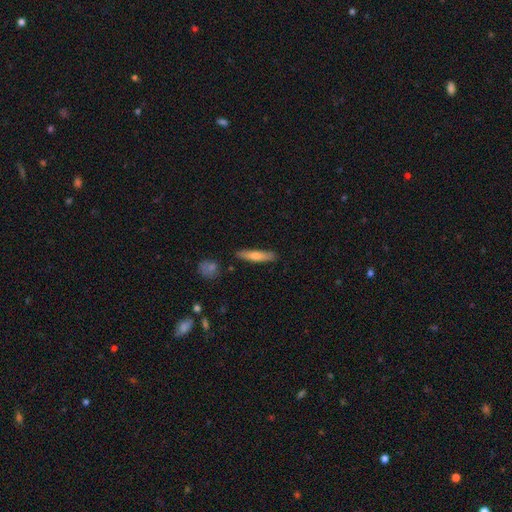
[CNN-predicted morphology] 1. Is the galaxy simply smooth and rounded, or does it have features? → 68% smooth, 27% featured or disk, 6% star or artifact.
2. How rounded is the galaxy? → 82% cigar-shaped, 16% in between, 2% round.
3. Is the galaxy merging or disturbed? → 85% none, 10% minor disturbance, 2% merger, 2% major disturbance.